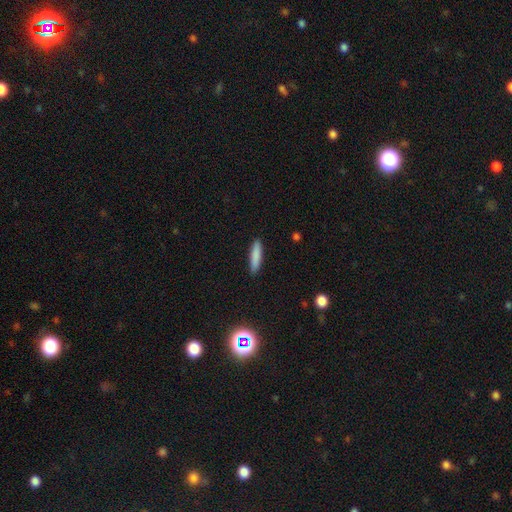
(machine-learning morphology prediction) The model was most divided on "how rounded": cigar-shaped: 80%, in between: 19%, round: 1%. More confident: merging — none (90%); smooth or featured — smooth (85%).